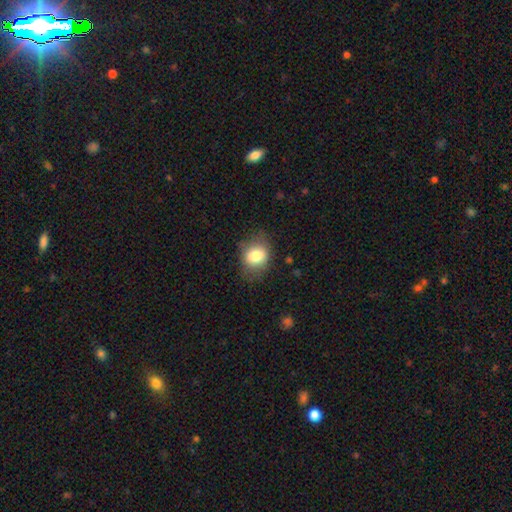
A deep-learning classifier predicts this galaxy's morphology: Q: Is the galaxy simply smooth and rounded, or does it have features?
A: smooth — 79%.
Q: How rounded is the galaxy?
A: in between — 53%.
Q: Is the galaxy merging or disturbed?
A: none — 72%.